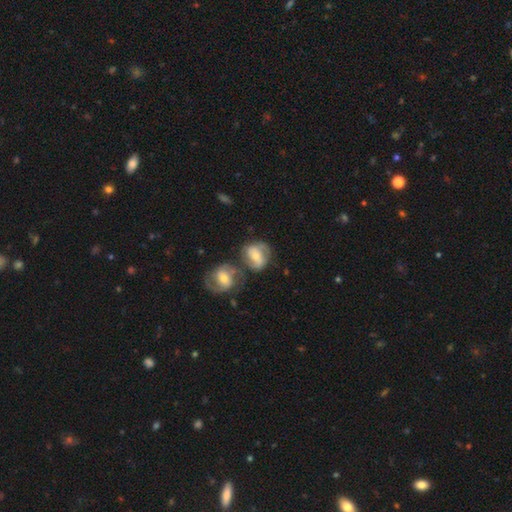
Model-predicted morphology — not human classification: This is possibly a featured or disk galaxy (60%). It is clearly not viewed edge-on (96%). Bar: marginally weak (40%). Spiral arm pattern: clearly yes (80%). Central bulge: possibly moderate (58%). Merging: marginally none (44%).